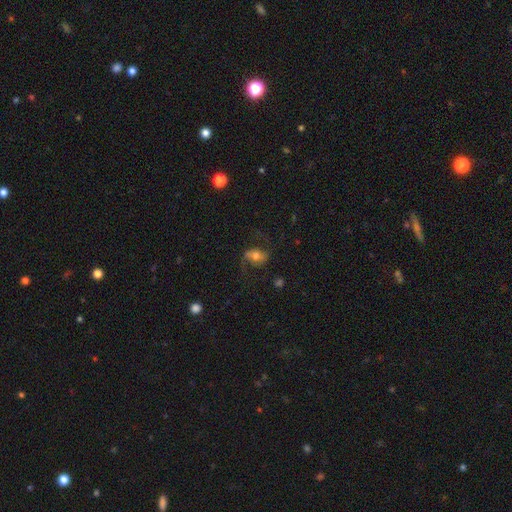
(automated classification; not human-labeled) The model was most divided on "bar": weak: 39%, no: 34%, strong: 27%. More confident: edge-on disk — no (96%); spiral arms — yes (92%); spiral arm count — 2 (91%); merging — none (69%); smooth or featured — featured or disk (68%); bulge size — moderate (62%); spiral winding — loose (62%).